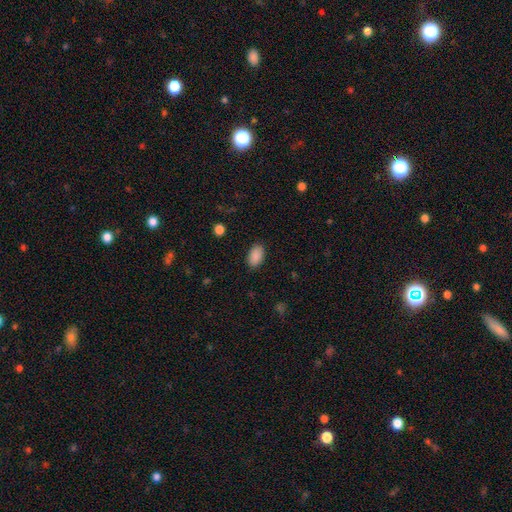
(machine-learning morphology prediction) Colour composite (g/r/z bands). It shows a smooth galaxy with no disk features (90%) that is in between round and cigar-shaped (93%). Merging: none (88%).